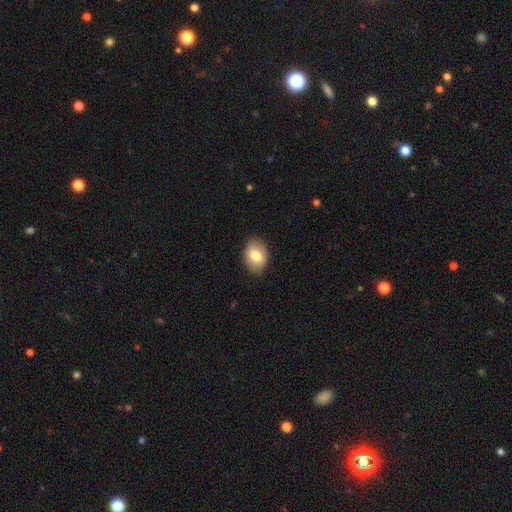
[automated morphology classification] smooth-or-featured: smooth: 79% | featured or disk: 14% | star or artifact: 7%
  how-rounded: in between: 80% | round: 19% | cigar-shaped: 1%
  merging: none: 87% | minor disturbance: 10% | major disturbance: 2% | merger: 1%